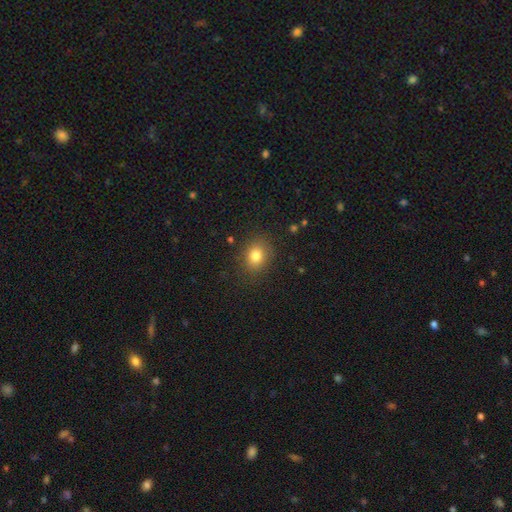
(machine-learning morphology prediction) smooth 80%, star or artifact 12%, featured or disk 8%. Down the decision tree: how rounded — round (56%); merging — none (85%).